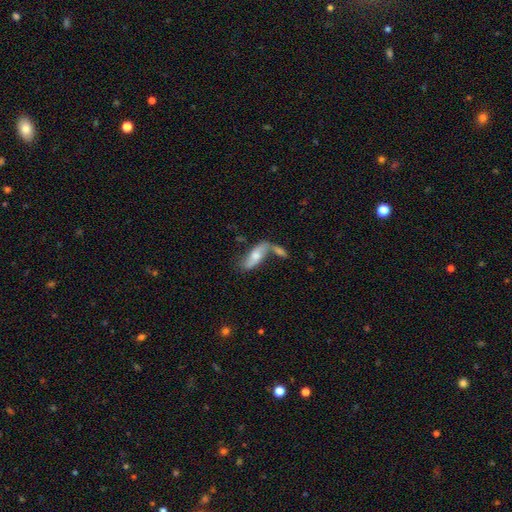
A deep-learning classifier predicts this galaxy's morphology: smooth_or_featured: smooth (p=0.52) [alt: featured or disk p=0.41]
how_rounded: in between (p=0.62) [alt: cigar-shaped p=0.35]
merging: merger (p=0.41) [alt: none p=0.36]